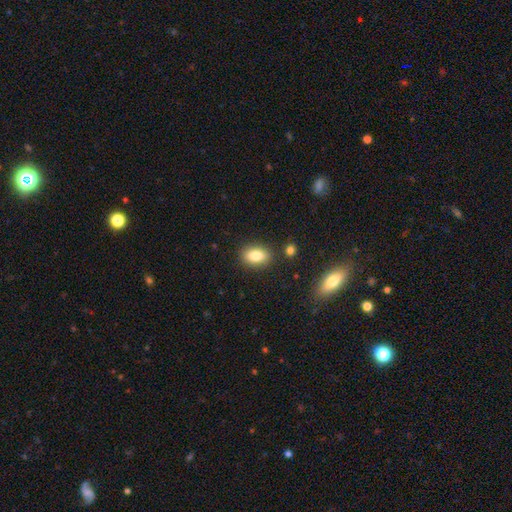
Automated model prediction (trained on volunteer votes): Smooth or featured? smooth (82%)
How rounded? in between (82%)
Merging? none (85%)